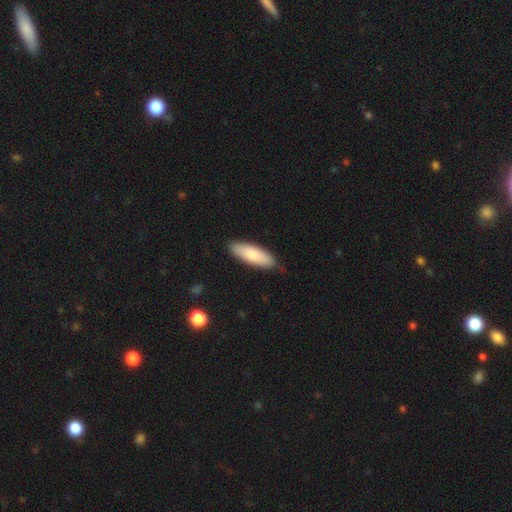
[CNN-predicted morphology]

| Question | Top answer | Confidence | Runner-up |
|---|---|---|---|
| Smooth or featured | smooth | 81% | featured or disk (14%) |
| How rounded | in between | 56% | cigar-shaped (43%) |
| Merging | none | 84% | minor disturbance (13%) |